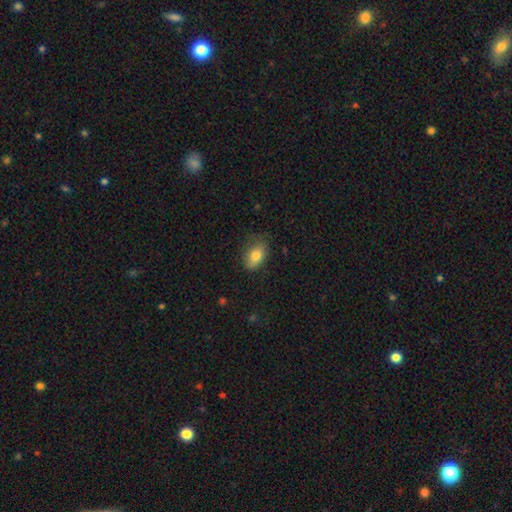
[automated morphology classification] smooth-or-featured: smooth: 80% | featured or disk: 12% | star or artifact: 8%
  how-rounded: in between: 86% | round: 12% | cigar-shaped: 2%
  merging: none: 67% | minor disturbance: 25% | major disturbance: 7% | merger: 1%